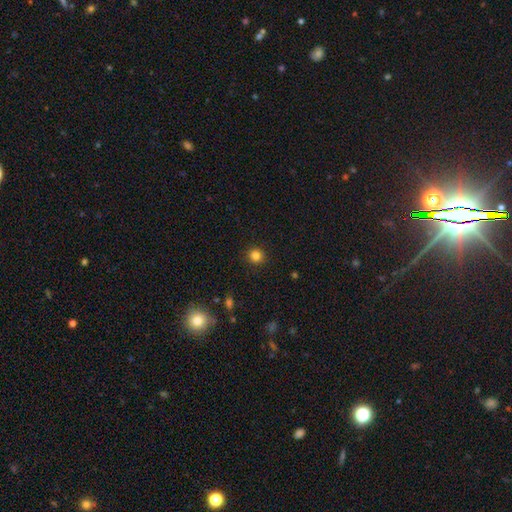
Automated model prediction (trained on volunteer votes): The model was most divided on "smooth or featured": smooth: 83%, star or artifact: 12%, featured or disk: 5%. More confident: merging — none (92%); how rounded — round (91%).